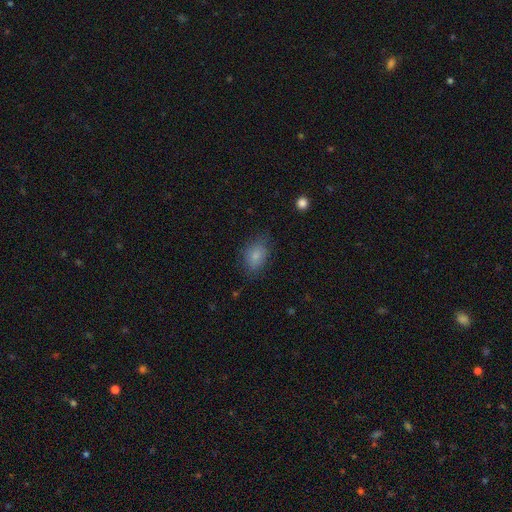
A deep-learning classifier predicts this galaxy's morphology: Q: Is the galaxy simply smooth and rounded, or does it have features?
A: smooth — 83%.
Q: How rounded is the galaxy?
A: in between — 81%.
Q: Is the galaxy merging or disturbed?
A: none — 74%.